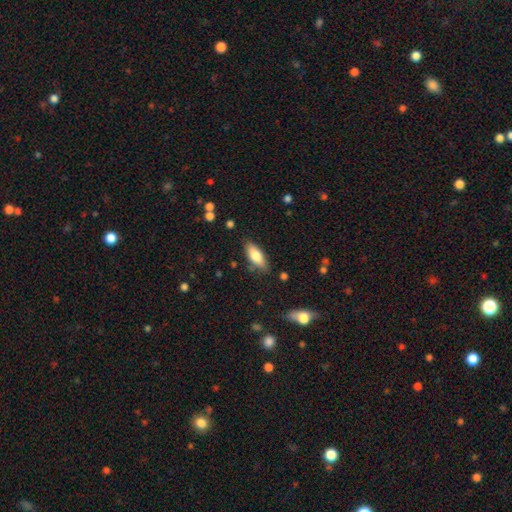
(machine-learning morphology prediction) This is likely a smooth galaxy (77%). How rounded: likely in between (75%). Merging: clearly none (81%).